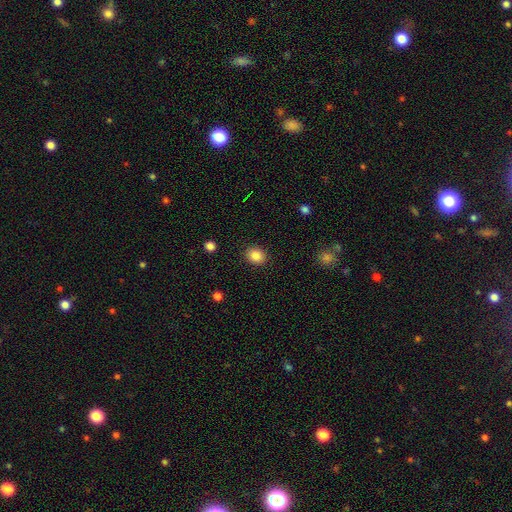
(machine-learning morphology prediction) Smooth or featured: smooth — 86% (star or artifact — 9%)
How rounded: round — 60% (in between — 39%)
Merging: none — 89% (minor disturbance — 7%)